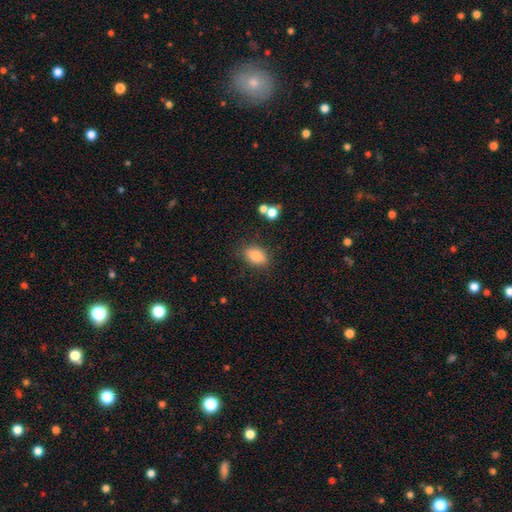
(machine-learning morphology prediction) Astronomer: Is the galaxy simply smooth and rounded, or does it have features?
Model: smooth — 84%.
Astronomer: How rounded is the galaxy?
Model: in between — 87%.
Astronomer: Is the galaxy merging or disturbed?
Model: none — 82%.